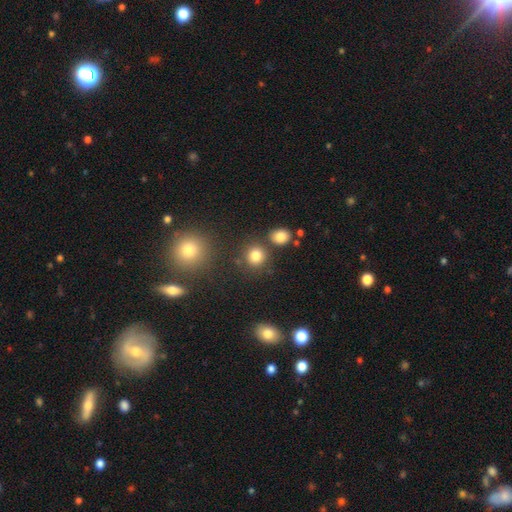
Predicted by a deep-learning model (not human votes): smooth 81%, star or artifact 13%, featured or disk 6%. Down the decision tree: how rounded — round (88%); merging — none (79%).